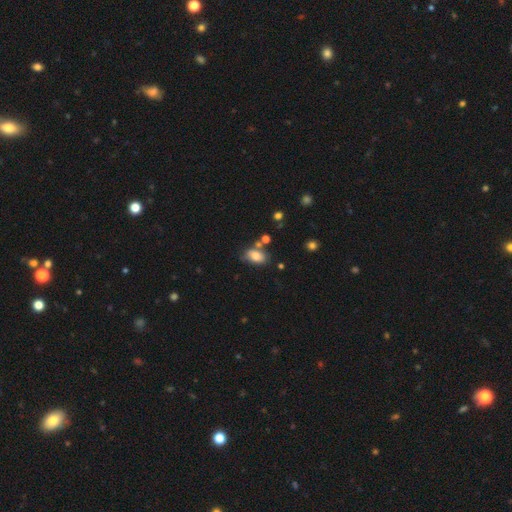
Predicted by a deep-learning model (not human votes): This is likely a smooth galaxy (77%). How rounded: clearly in between (86%). Merging: possibly none (60%).